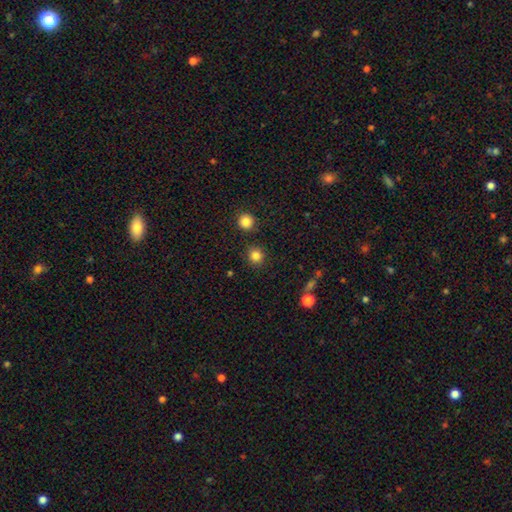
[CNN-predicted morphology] type=smooth (83%); roundness=round (92%); merging=none (89%).